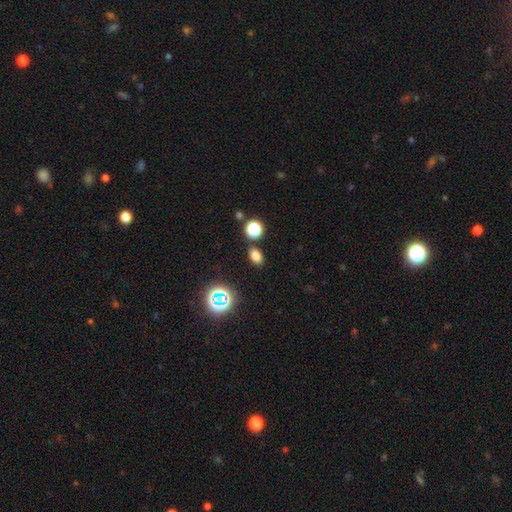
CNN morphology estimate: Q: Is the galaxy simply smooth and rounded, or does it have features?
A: smooth — 75%.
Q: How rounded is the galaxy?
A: in between — 79%.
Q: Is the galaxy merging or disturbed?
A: none — 83%.